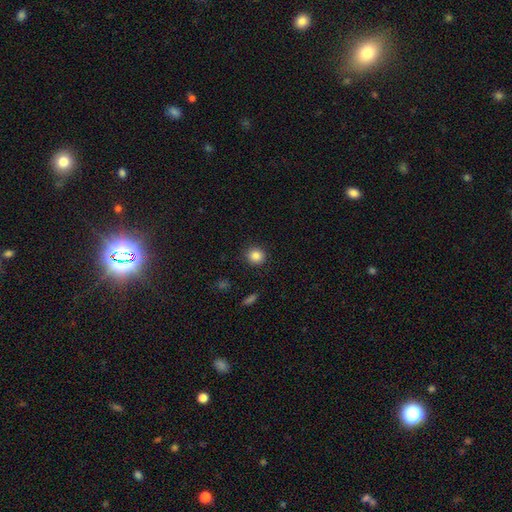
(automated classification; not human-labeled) Q: Smooth or featured?
A: smooth (85%); runner-up: star or artifact (10%)
Q: How rounded?
A: round (88%); runner-up: in between (11%)
Q: Merging?
A: none (90%); runner-up: minor disturbance (7%)